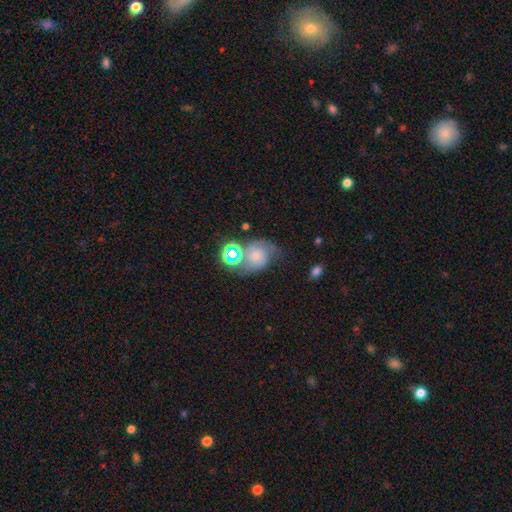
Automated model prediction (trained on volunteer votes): Smooth or featured? Predicted: featured or disk (p=0.45). Merging? Predicted: none (p=0.38).